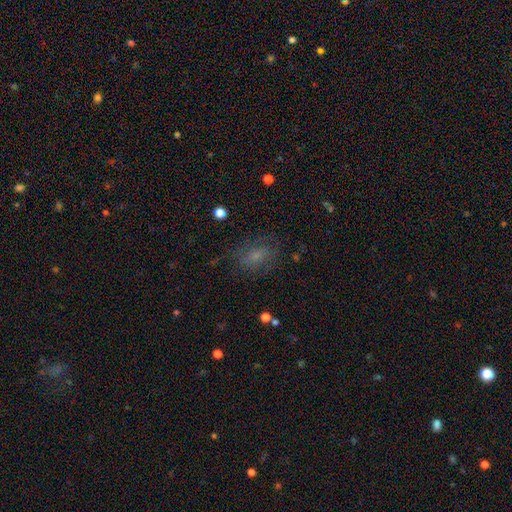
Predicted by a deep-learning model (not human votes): smooth-or-featured: smooth: 57% | featured or disk: 26% | star or artifact: 17%
  how-rounded: in between: 74% | round: 23% | cigar-shaped: 3%
  merging: none: 68% | minor disturbance: 18% | major disturbance: 12% | merger: 2%